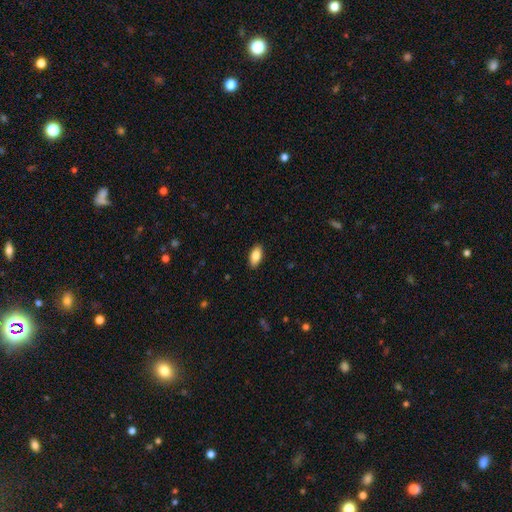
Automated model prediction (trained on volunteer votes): Smooth or featured: smooth — 83% (featured or disk — 10%)
How rounded: in between — 90% (cigar-shaped — 7%)
Merging: none — 89% (minor disturbance — 8%)